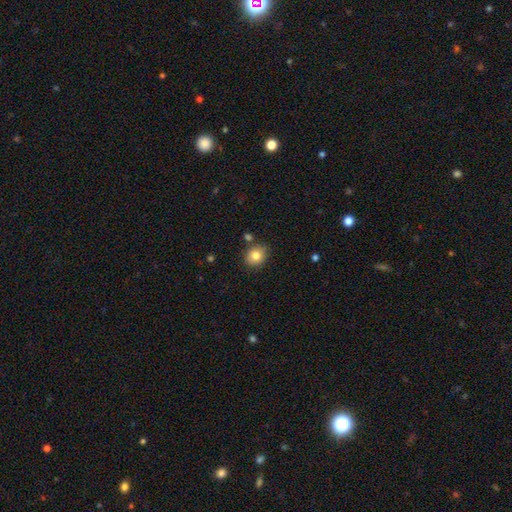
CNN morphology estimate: Smooth or featured?
  - smooth: 81% *
  - star or artifact: 10%
  - featured or disk: 9%
How rounded?
  - round: 74% *
  - in between: 25%
  - cigar-shaped: 1%
Merging?
  - none: 80% *
  - minor disturbance: 13%
  - merger: 5%
  - major disturbance: 3%